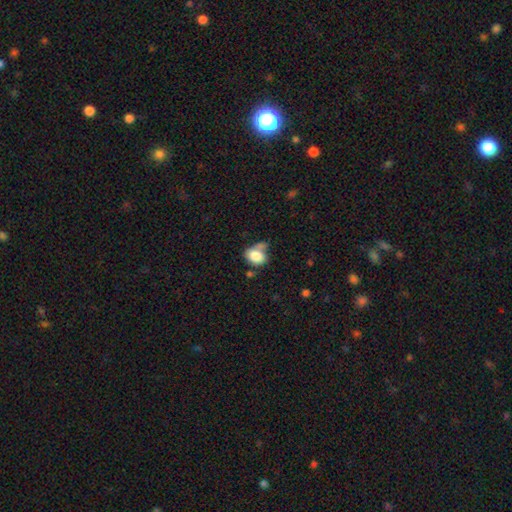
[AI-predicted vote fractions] Smooth or featured: smooth — 81% (featured or disk — 11%)
How rounded: in between — 72% (round — 26%)
Merging: none — 40% (merger — 27%)